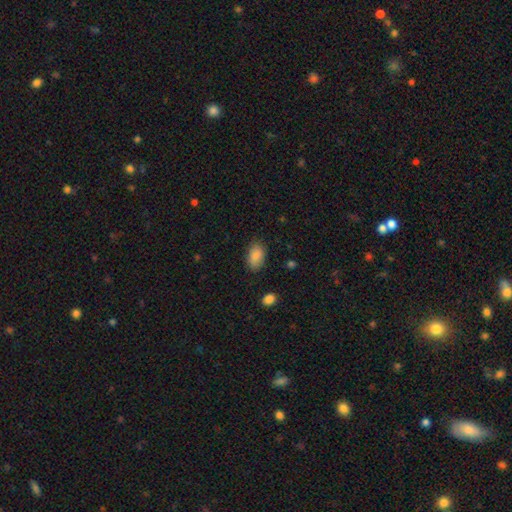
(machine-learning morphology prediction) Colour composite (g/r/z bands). It shows a smooth galaxy with no disk features (87%) that is in between round and cigar-shaped (91%). Merging: none (80%).